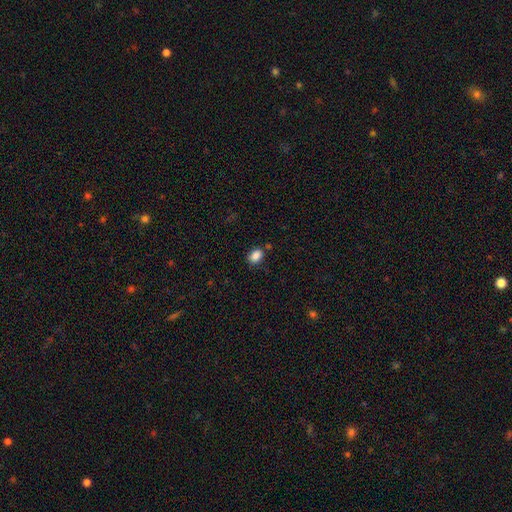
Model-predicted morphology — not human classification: Smooth or featured? smooth (86%)
How rounded? in between (74%)
Merging? none (77%)